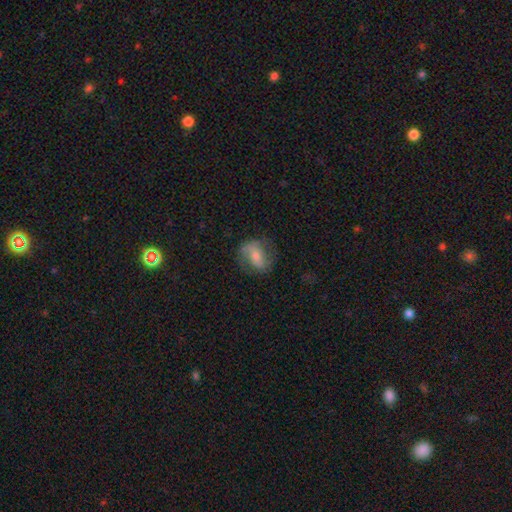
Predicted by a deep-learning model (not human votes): This appears to be a featured or disk galaxy (62%) with a weak bar (38%), 2 (82%) loose (40%, tied with medium) spiral arms (86%) and a small central bulge (47%). Merging: none (73%).